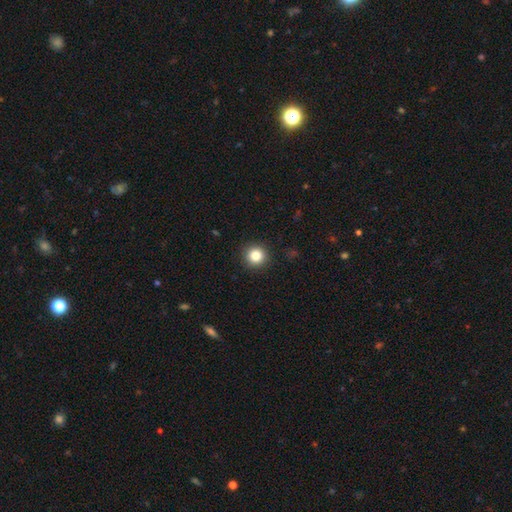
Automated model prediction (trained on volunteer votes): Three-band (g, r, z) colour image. It shows a smooth galaxy with no disk features (84%) that is round (95%). Merging: none (92%).